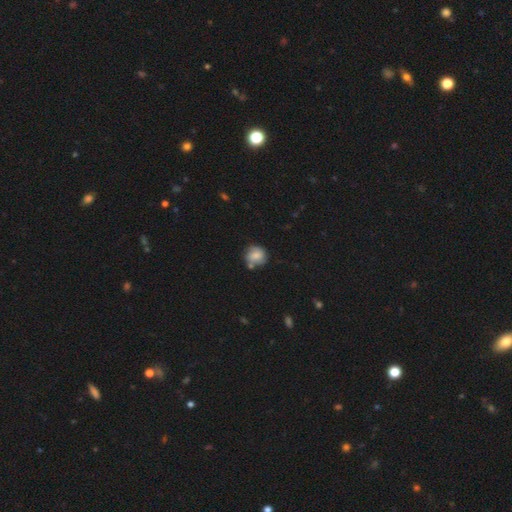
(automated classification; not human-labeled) smooth_or_featured: smooth (p=0.73) [alt: featured or disk p=0.19]
how_rounded: round (p=0.83) [alt: in between p=0.16]
merging: none (p=0.61) [alt: minor disturbance p=0.20]